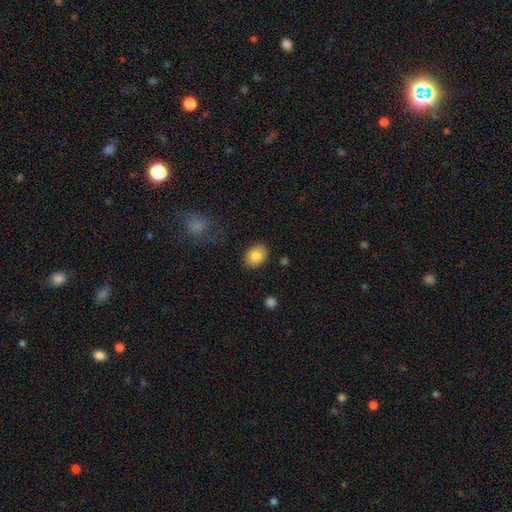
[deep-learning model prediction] Morphology: type=smooth (83%); roundness=in between (63%); merging=none (88%).